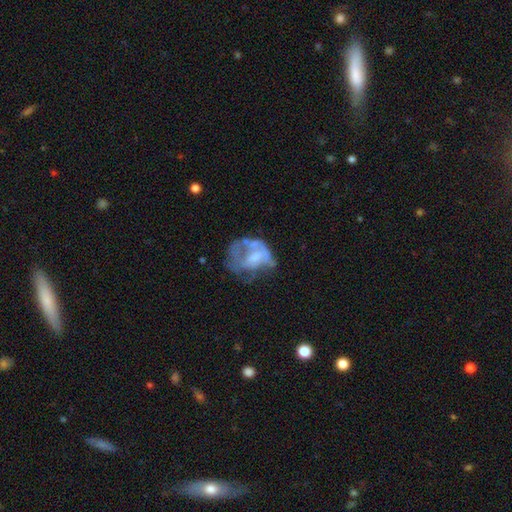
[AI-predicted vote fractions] A featured or disk galaxy (58%) with no bar (69%), no spiral arms (73%) and a moderate central bulge (36%). Merging: major disturbance (43%).